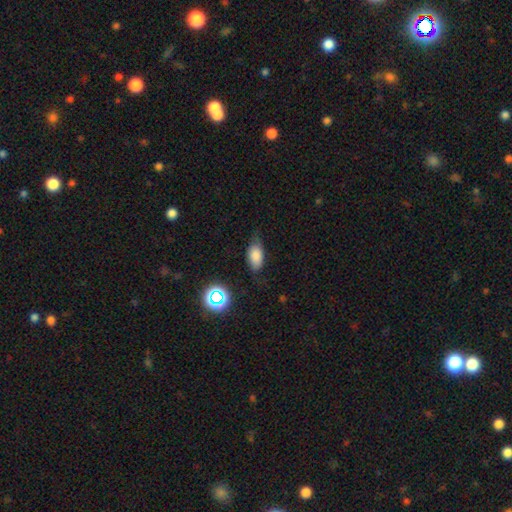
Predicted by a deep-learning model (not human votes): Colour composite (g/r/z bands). It shows a smooth galaxy with no disk features (77%) that is in between round and cigar-shaped (89%). Merging: none (65%).